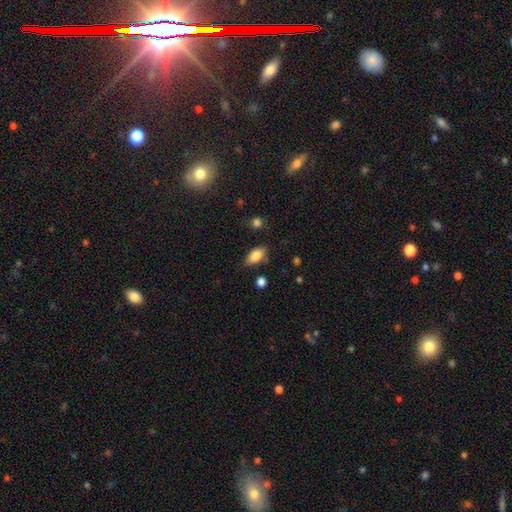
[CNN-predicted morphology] smooth_or_featured: smooth (p=0.84) [alt: featured or disk p=0.09]
how_rounded: in between (p=0.90) [alt: cigar-shaped p=0.05]
merging: none (p=0.74) [alt: minor disturbance p=0.18]